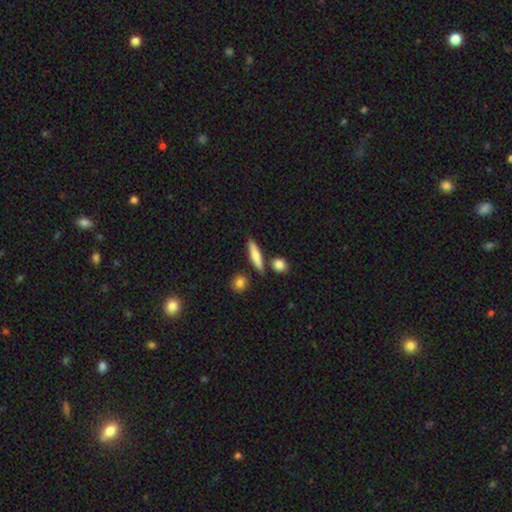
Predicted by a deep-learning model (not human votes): smooth-or-featured: smooth: 72% | featured or disk: 22% | star or artifact: 6%
  how-rounded: cigar-shaped: 75% | in between: 20% | round: 5%
  merging: none: 81% | minor disturbance: 10% | merger: 7% | major disturbance: 2%